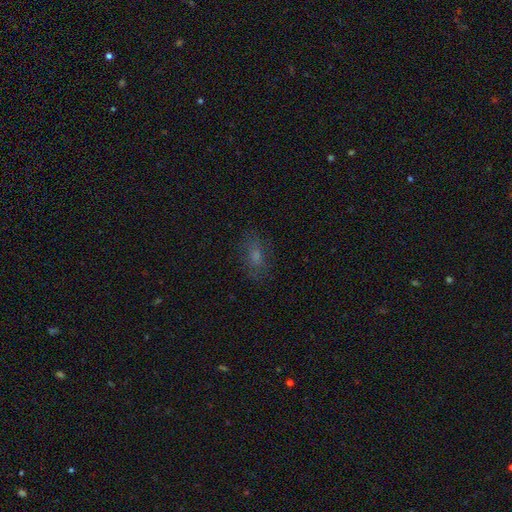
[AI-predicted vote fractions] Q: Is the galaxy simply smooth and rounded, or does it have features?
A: smooth — 54%.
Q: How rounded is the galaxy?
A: in between — 80%.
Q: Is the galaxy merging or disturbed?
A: none — 76%.